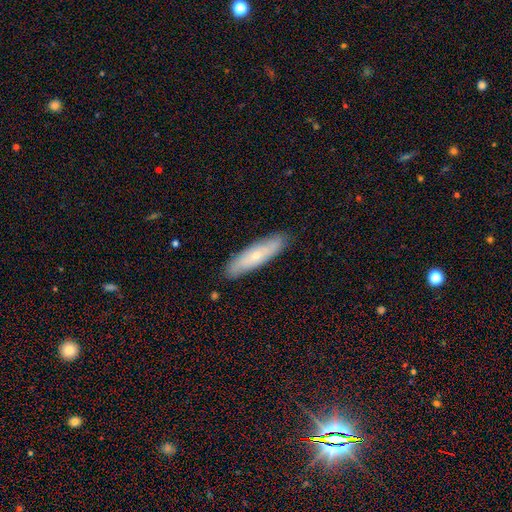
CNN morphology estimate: Smooth or featured? smooth (55%)
How rounded? cigar-shaped (71%)
Merging? none (87%)